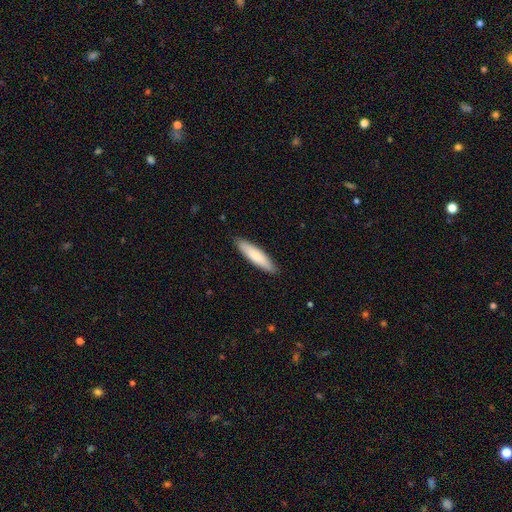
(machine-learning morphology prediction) smooth-or-featured: smooth: 79% | featured or disk: 16% | star or artifact: 5%
  how-rounded: cigar-shaped: 78% | in between: 21% | round: 1%
  merging: none: 89% | minor disturbance: 8% | major disturbance: 1% | merger: 1%